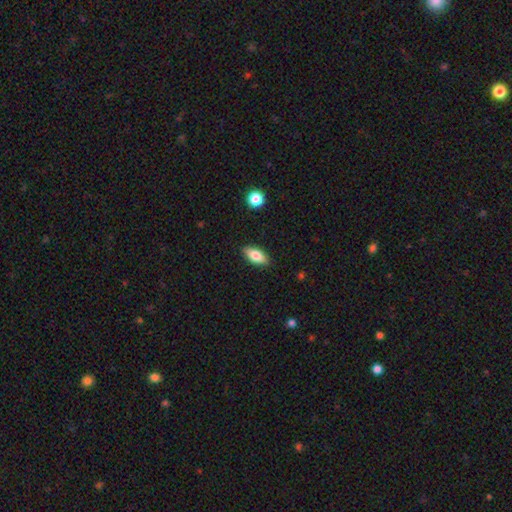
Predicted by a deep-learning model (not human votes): Q: Smooth or featured?
A: smooth (79%); runner-up: featured or disk (14%)
Q: How rounded?
A: in between (87%); runner-up: cigar-shaped (10%)
Q: Merging?
A: none (88%); runner-up: minor disturbance (9%)